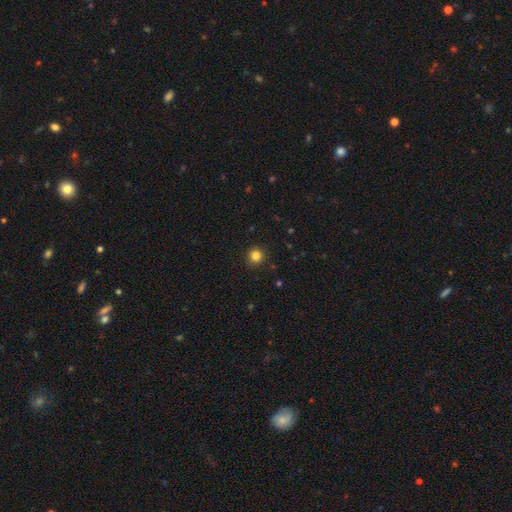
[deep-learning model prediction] Smooth or featured? Predicted: smooth (p=0.83). How rounded? Predicted: round (p=0.94). Merging? Predicted: none (p=0.92).